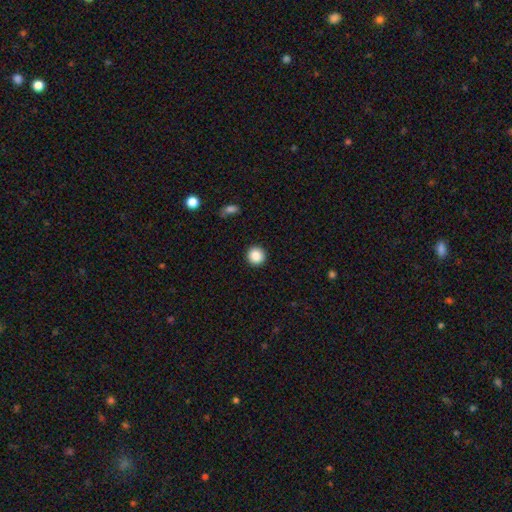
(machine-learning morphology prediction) A smooth galaxy with no disk features (87%) that is round (95%). Merging: none (92%).